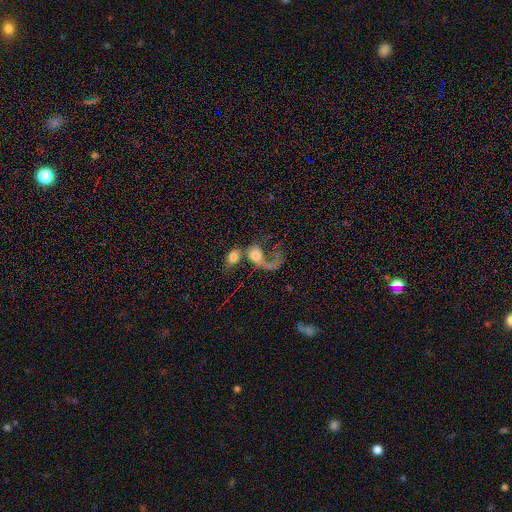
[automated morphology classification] The model was most divided on "how rounded": round: 52%, in between: 46%, cigar-shaped: 3%. More confident: merging — merger (55%); smooth or featured — smooth (50%).